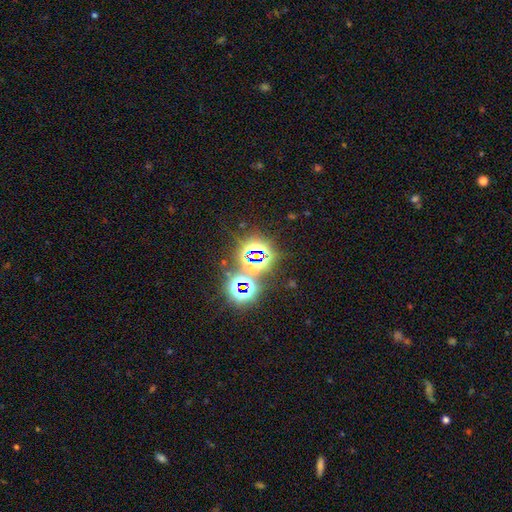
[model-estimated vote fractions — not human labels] smooth-or-featured: star or artifact: 77% | smooth: 15% | featured or disk: 8%